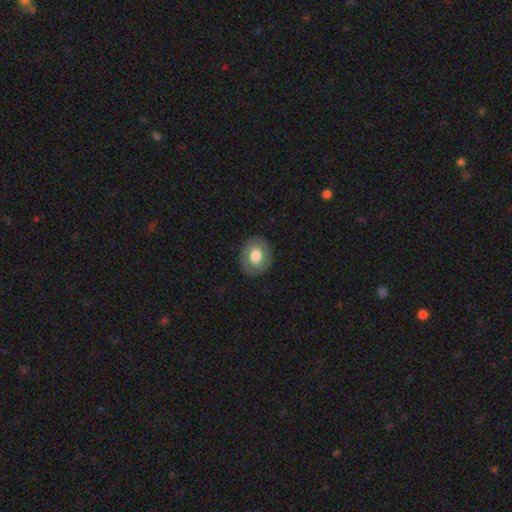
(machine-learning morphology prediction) A smooth galaxy with no disk features (66%) that is round (52%). Merging: none (86%).